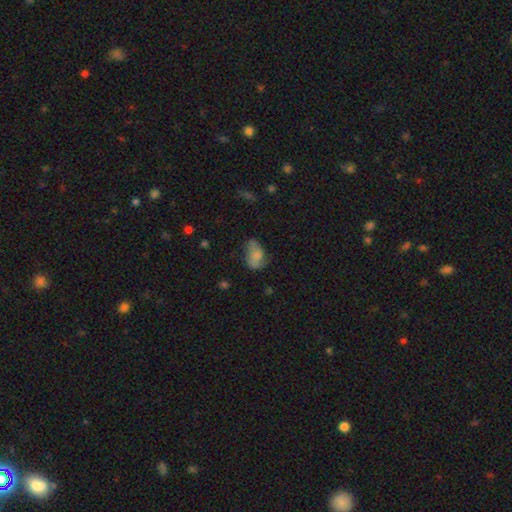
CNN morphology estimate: A smooth galaxy with no disk features (65%) that is in between round and cigar-shaped (87%). Merging: none (42%).